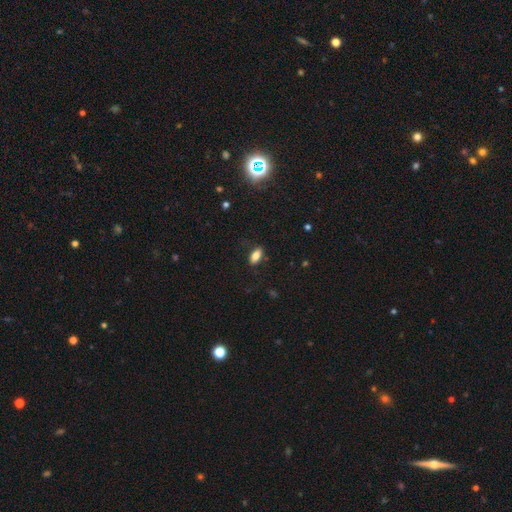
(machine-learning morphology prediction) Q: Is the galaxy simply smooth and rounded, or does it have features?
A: smooth — 82%.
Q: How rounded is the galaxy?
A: in between — 86%.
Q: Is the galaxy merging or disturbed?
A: none — 82%.